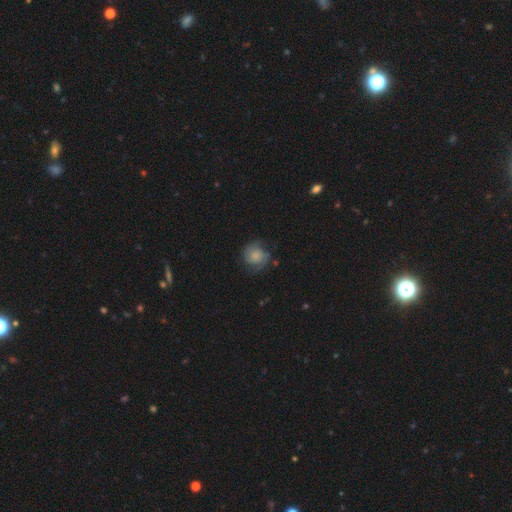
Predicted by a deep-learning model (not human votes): smooth_or_featured: featured or disk (p=0.51) [alt: smooth p=0.40]
disk_edge_on: no (p=0.98) [alt: yes p=0.02]
bar: no (p=0.78) [alt: weak p=0.19]
has_spiral_arms: yes (p=0.89) [alt: no p=0.11]
bulge_size: small (p=0.38) [alt: moderate p=0.26]
merging: none (p=0.65) [alt: minor disturbance p=0.22]